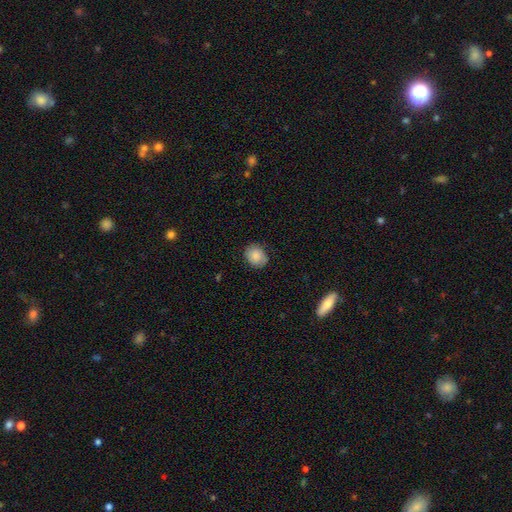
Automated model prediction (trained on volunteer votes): Smooth or featured? Predicted: smooth (p=0.83). How rounded? Predicted: round (p=0.58). Merging? Predicted: none (p=0.80).